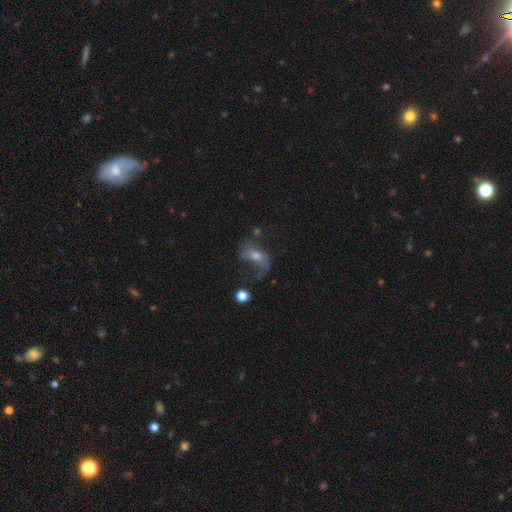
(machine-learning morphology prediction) A featured or disk galaxy (66%) with no bar (42%), 2 (77%) loose (75%) spiral arms (84%) and a moderate central bulge (51%). Merging: none (47%).